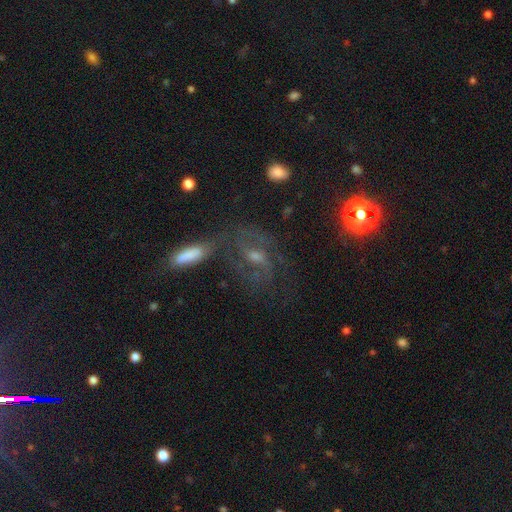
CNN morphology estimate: Smooth or featured: featured or disk — 65% (smooth — 19%)
Edge-on disk: no — 93% (yes — 7%)
Bar: weak — 44% (no — 38%)
Spiral arms: yes — 82% (no — 18%)
Bulge size: moderate — 44% (small — 40%)
Merging: none — 58% (major disturbance — 17%)